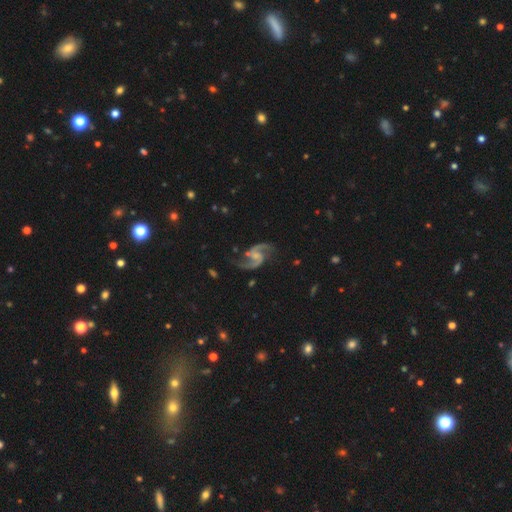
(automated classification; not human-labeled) featured or disk 93%, star or artifact 4%, smooth 3%. Down the decision tree: edge-on disk — no (98%); bar — weak (45%); spiral arms — yes (98%); spiral arm count — 2 (94%); spiral winding — loose (48%); bulge size — small (40%); merging — none (74%).